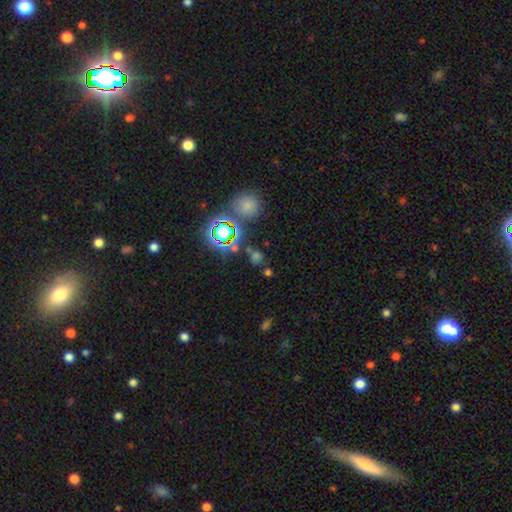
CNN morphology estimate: Smooth or featured? Predicted: star or artifact (p=0.50).